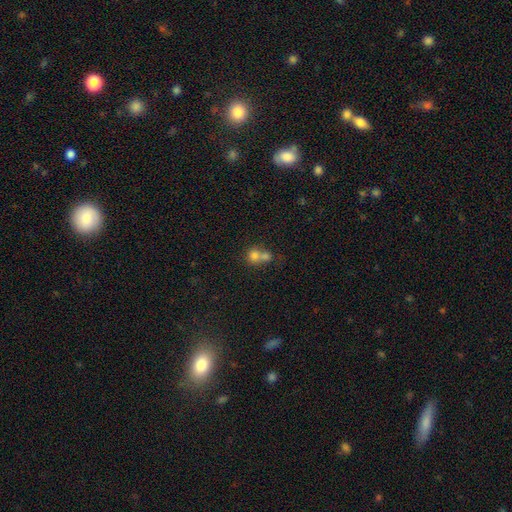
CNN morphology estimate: smooth_or_featured: smooth (p=0.70) [alt: featured or disk p=0.15]
how_rounded: round (p=0.79) [alt: in between p=0.20]
merging: merger (p=0.60) [alt: none p=0.30]